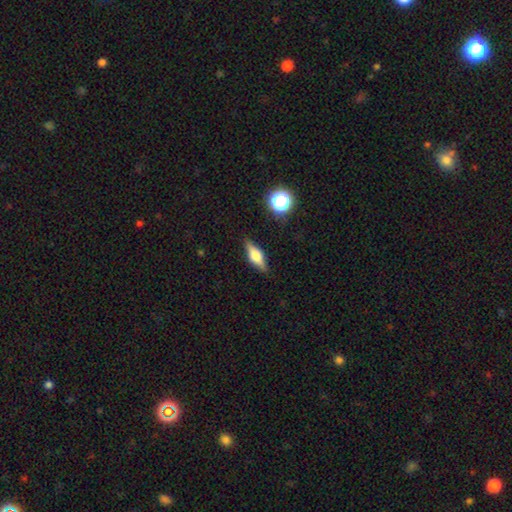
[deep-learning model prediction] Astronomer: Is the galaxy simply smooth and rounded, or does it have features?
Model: featured or disk — 51% (runner-up: smooth, 41%).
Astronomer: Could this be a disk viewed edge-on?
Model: yes — 93%.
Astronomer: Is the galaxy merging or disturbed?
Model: none — 87%.